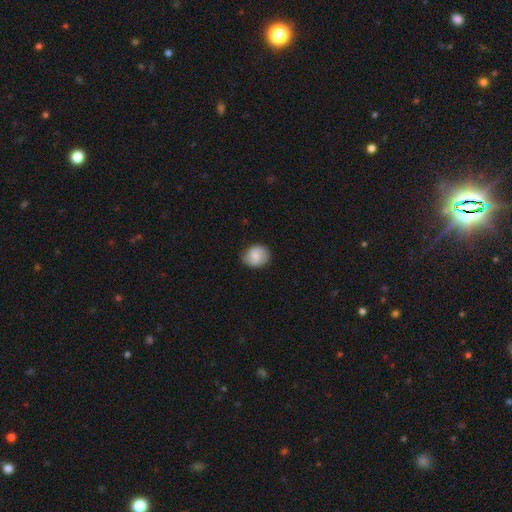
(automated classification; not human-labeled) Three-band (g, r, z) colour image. It shows a smooth galaxy with no disk features (74%) that is round (64%). Merging: none (77%).